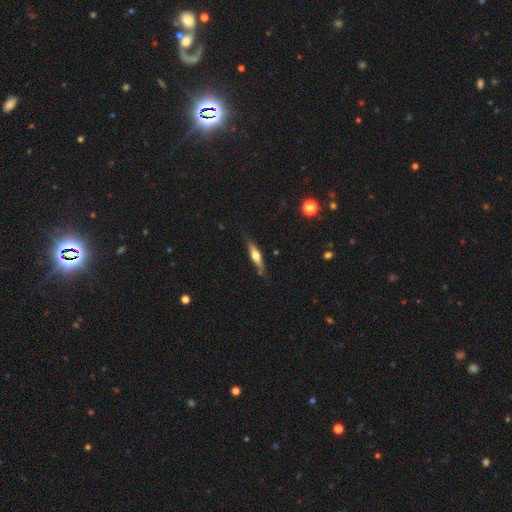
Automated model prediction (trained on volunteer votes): Overall: featured or disk (57%; smooth 37%). Edge-on disk: yes (94%). Edge-on bulge: rounded (88%). Merging: none (78%).